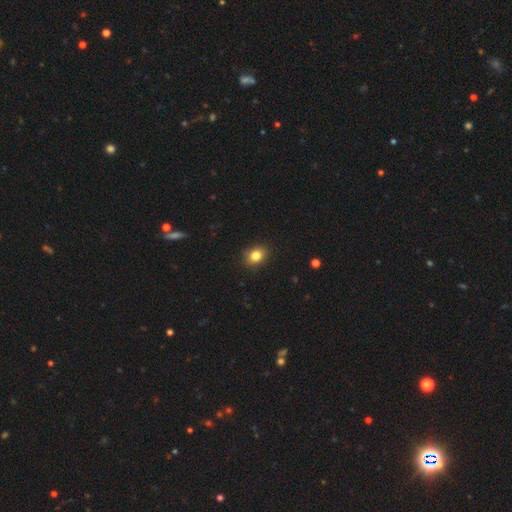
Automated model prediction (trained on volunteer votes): A smooth galaxy with no disk features (83%) that is in between round and cigar-shaped (50%).

Vote fractions:
- Smooth or featured? smooth: 83% / star or artifact: 11% / featured or disk: 6%
- How rounded? in between: 50% / round: 49% / cigar-shaped: 1%
- Merging? none: 86% / minor disturbance: 11% / major disturbance: 2% / merger: 1%